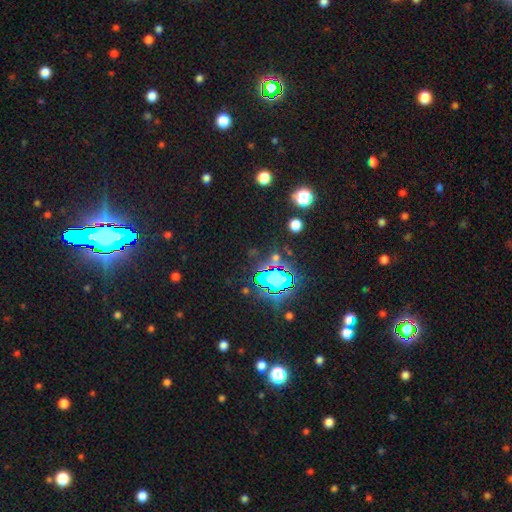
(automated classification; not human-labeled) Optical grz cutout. It shows a star or artifact, not a galaxy (78%).